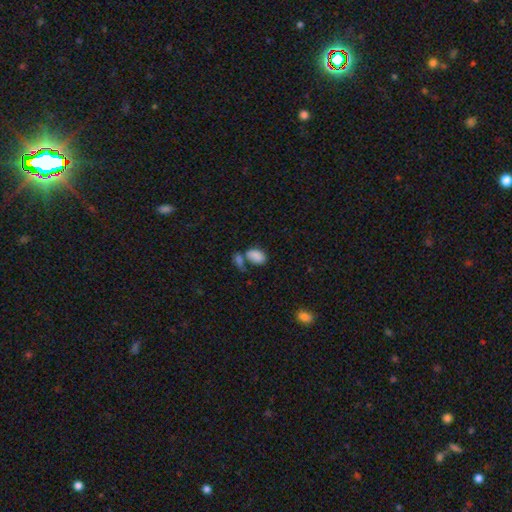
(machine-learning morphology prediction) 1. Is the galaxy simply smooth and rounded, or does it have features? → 83% smooth, 9% star or artifact, 8% featured or disk.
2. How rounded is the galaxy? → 90% in between, 8% round, 2% cigar-shaped.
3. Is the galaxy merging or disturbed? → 39% none, 38% merger, 14% minor disturbance, 8% major disturbance.